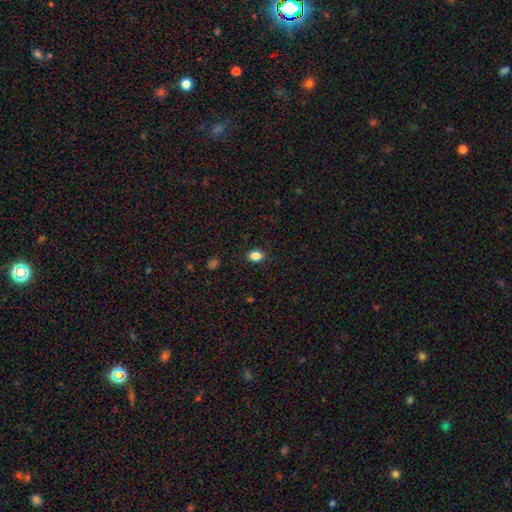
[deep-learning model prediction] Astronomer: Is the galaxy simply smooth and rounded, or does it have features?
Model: smooth — 85%.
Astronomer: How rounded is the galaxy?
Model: in between — 63%.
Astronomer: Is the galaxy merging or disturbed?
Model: none — 88%.